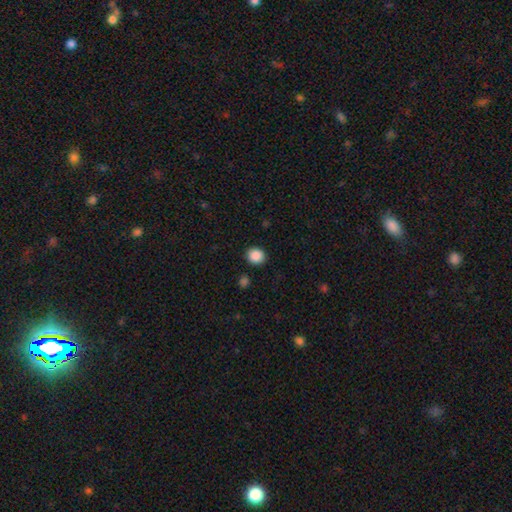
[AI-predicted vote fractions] A smooth galaxy with no disk features (88%) that is round (82%). Merging: none (90%).